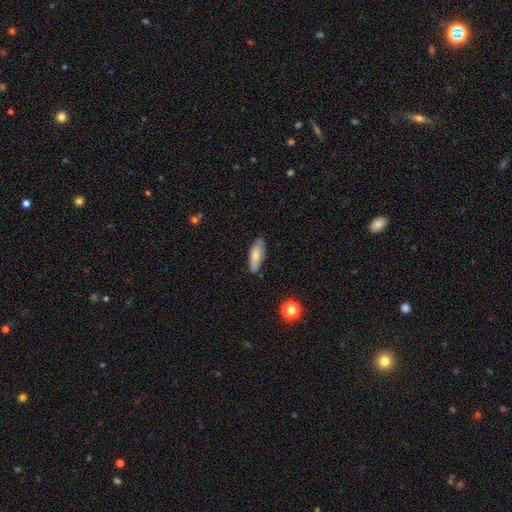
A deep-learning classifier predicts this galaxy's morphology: Smooth or featured: smooth — 78% (featured or disk — 15%)
How rounded: in between — 66% (cigar-shaped — 32%)
Merging: none — 79% (minor disturbance — 16%)